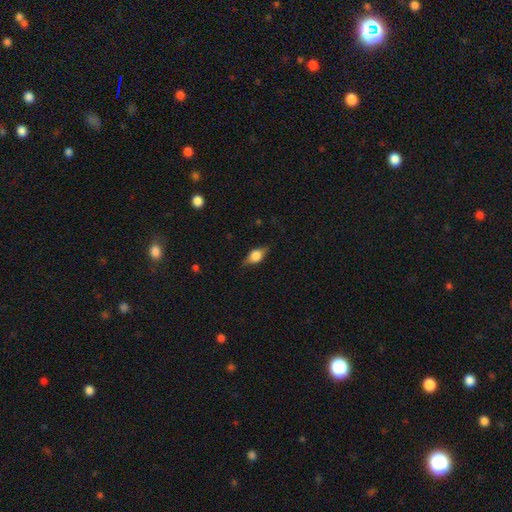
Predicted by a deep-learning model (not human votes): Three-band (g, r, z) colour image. It shows a featured or disk galaxy (48%). Merging: none (79%).